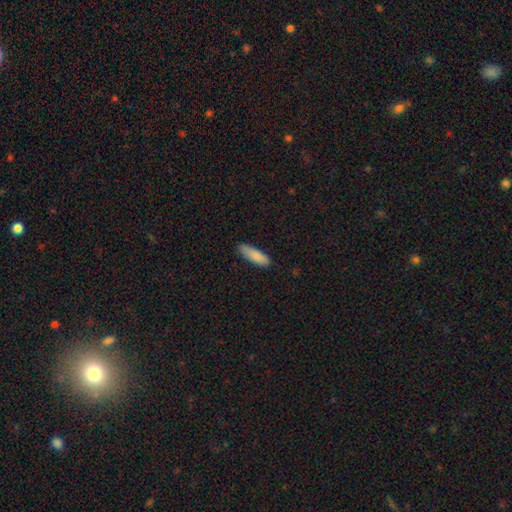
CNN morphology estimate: Smooth or featured? Predicted: smooth (p=0.87). How rounded? Predicted: cigar-shaped (p=0.53). Merging? Predicted: none (p=0.82).